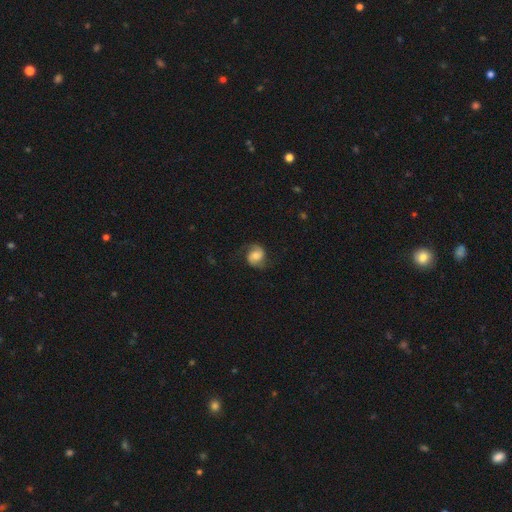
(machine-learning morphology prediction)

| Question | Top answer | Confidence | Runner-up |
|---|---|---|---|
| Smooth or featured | featured or disk | 53% | smooth (38%) |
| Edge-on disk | no | 97% | yes (3%) |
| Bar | no | 58% | weak (32%) |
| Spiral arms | yes | 90% | no (10%) |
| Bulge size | moderate | 40% | small (27%) |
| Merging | none | 71% | minor disturbance (18%) |